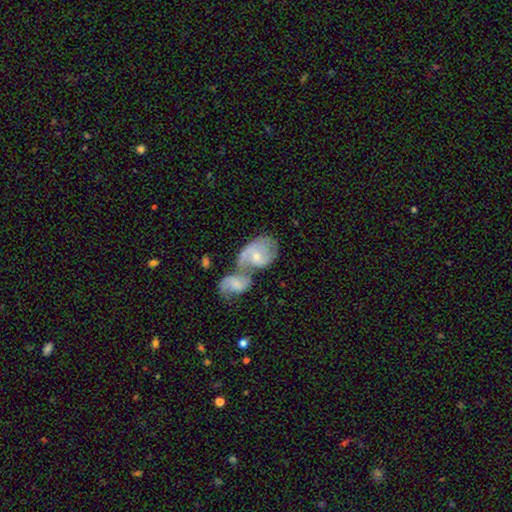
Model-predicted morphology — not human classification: Overall: featured or disk (60%; smooth 34%). Edge-on disk: no (96%). Bar: no (65%; weak 30%). Spiral arms: yes (78%). Bulge size: small (55%; moderate 39%). Merging: merger (69%).